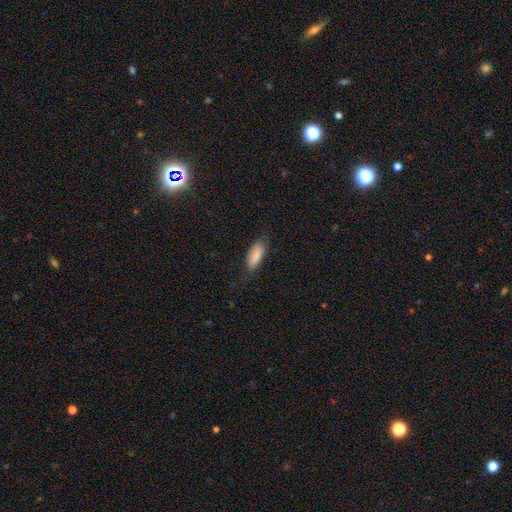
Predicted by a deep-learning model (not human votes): Smooth or featured?
  - smooth: 83% *
  - featured or disk: 10%
  - star or artifact: 6%
How rounded?
  - in between: 76% *
  - cigar-shaped: 22%
  - round: 2%
Merging?
  - none: 70% *
  - minor disturbance: 22%
  - major disturbance: 6%
  - merger: 1%